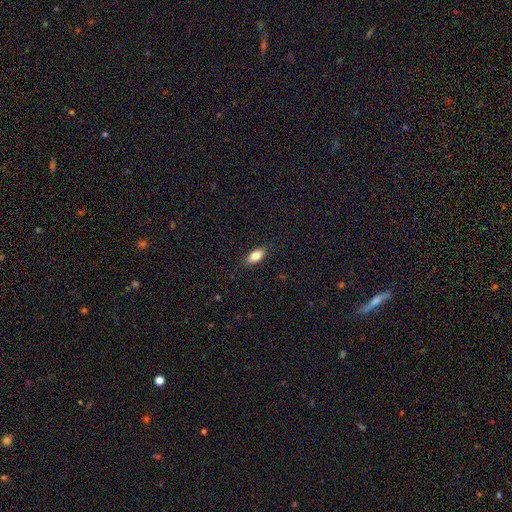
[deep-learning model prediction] A smooth galaxy with no disk features (80%) that is in between round and cigar-shaped (85%). Merging: none (86%).